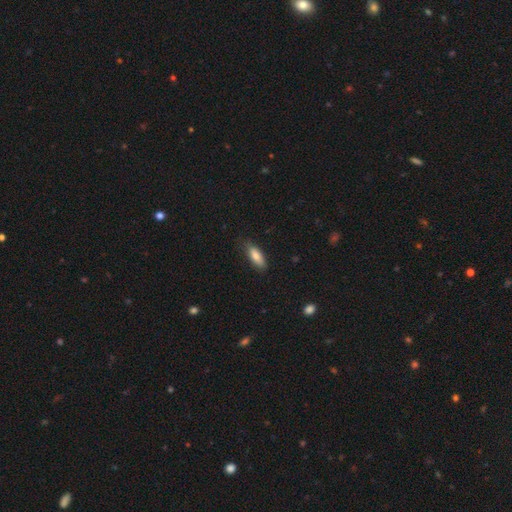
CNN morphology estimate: The model was most divided on "how rounded": in between: 71%, cigar-shaped: 27%, round: 2%. More confident: smooth or featured — smooth (81%); merging — none (77%).